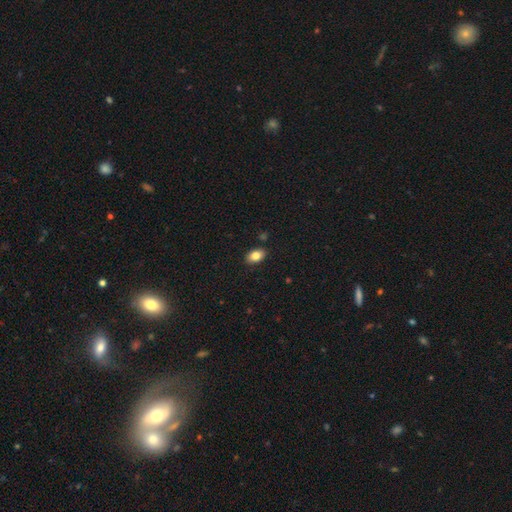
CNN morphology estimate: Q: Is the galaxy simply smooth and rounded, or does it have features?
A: smooth — 84%.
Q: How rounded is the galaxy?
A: in between — 86%.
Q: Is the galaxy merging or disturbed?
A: none — 88%.